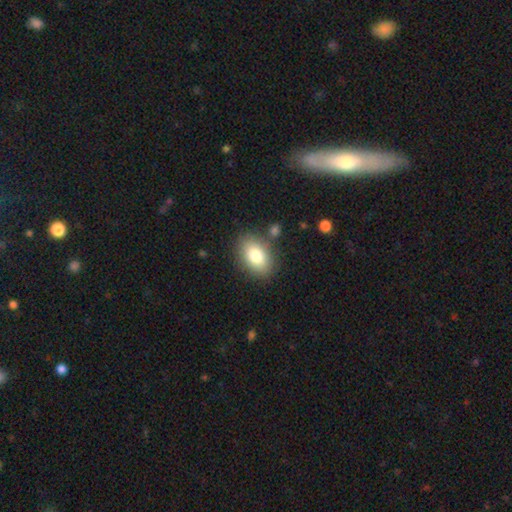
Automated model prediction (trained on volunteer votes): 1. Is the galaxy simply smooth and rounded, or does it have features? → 82% smooth, 11% featured or disk, 8% star or artifact.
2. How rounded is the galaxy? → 85% in between, 14% round, 1% cigar-shaped.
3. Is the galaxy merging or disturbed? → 81% none, 11% minor disturbance, 5% merger, 3% major disturbance.